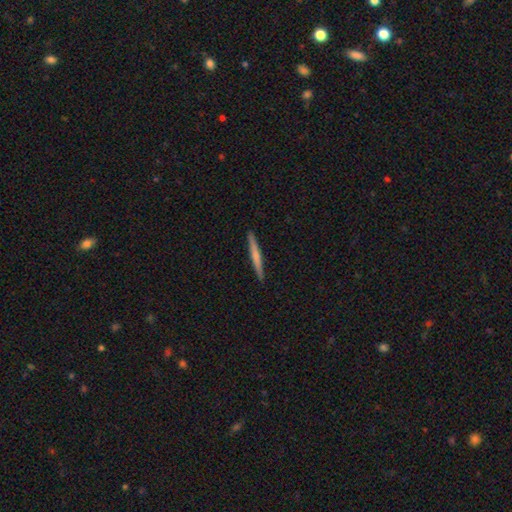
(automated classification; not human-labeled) A smooth galaxy with no disk features (52%) that is cigar-shaped (96%). Merging: none (92%).